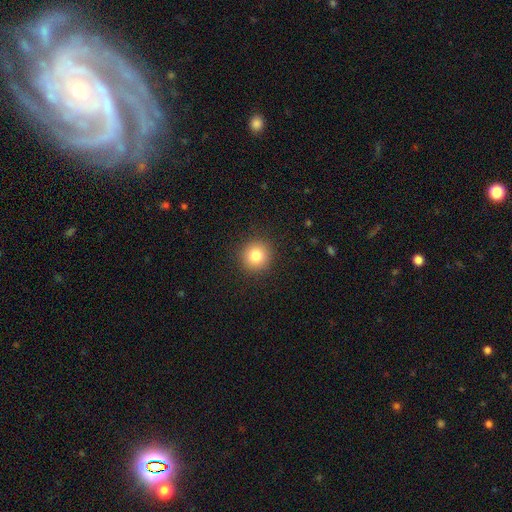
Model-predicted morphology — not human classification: Smooth or featured? Predicted: smooth (p=0.82). How rounded? Predicted: round (p=0.94). Merging? Predicted: none (p=0.91).